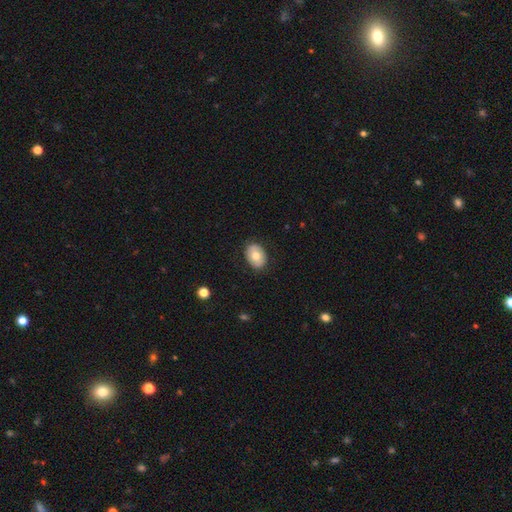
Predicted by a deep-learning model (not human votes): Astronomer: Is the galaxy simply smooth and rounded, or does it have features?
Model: smooth — 71%.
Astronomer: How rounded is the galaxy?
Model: in between — 73%.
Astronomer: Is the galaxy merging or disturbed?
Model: none — 86%.